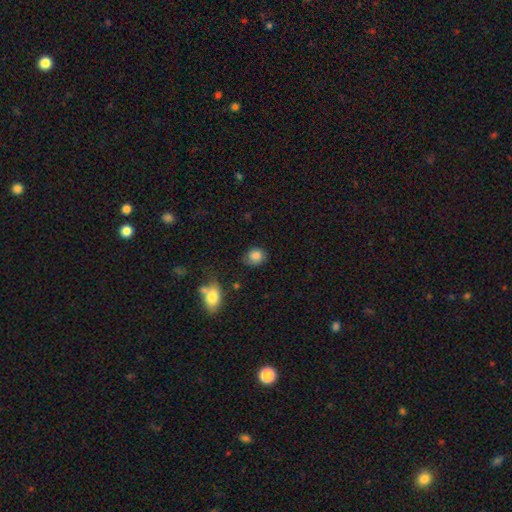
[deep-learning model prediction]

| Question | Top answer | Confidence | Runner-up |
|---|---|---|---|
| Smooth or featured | smooth | 84% | star or artifact (9%) |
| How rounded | round | 69% | in between (30%) |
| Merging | none | 69% | minor disturbance (23%) |